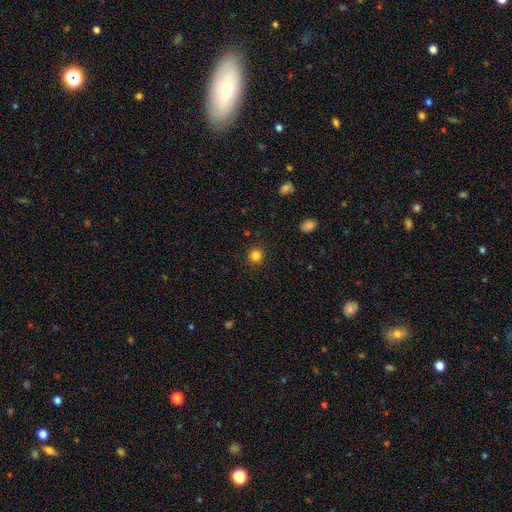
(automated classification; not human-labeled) Overall: smooth (83%). How rounded: round (93%). Merging: none (91%).